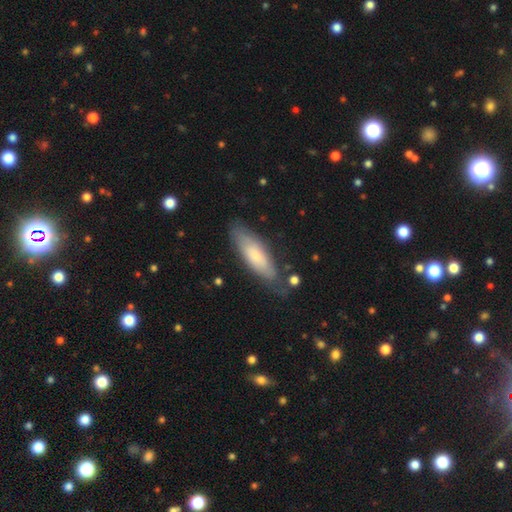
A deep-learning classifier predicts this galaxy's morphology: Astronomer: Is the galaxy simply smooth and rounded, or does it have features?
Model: smooth — 64%.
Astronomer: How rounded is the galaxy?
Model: in between — 50% (runner-up: cigar-shaped, 49%).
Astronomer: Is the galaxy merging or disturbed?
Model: none — 71%.